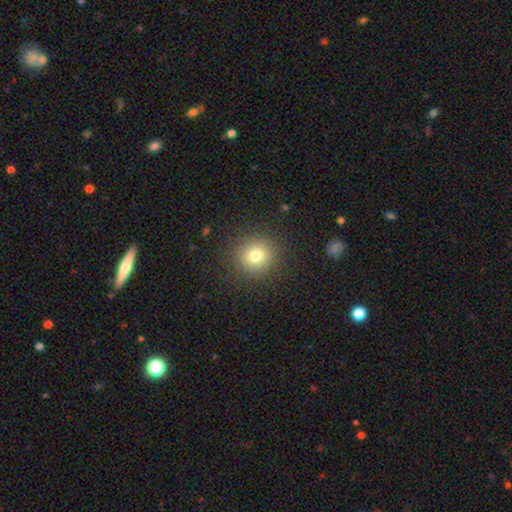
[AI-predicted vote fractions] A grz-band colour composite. It shows a smooth galaxy with no disk features (78%) that is round (92%). Merging: none (89%).